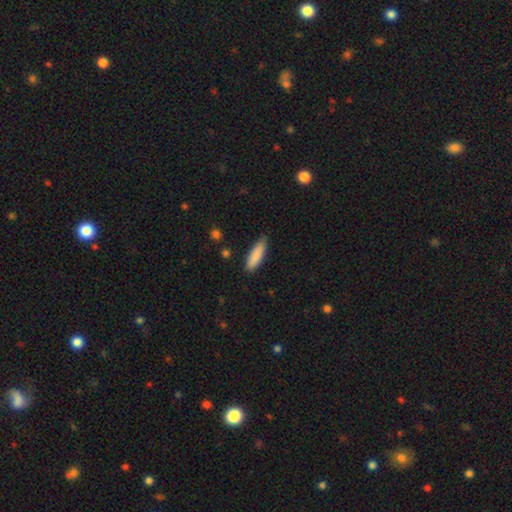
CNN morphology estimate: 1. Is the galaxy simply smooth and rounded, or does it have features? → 87% smooth, 7% featured or disk, 6% star or artifact.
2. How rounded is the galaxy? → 54% cigar-shaped, 45% in between, 1% round.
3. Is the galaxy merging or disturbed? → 79% none, 17% minor disturbance, 2% major disturbance, 2% merger.